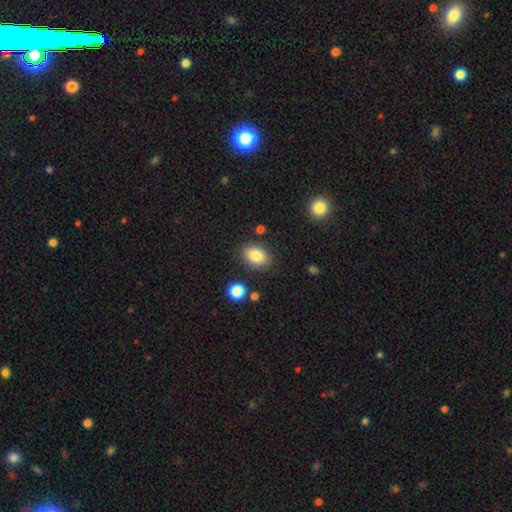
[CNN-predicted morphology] smooth-or-featured: smooth: 84% | star or artifact: 9% | featured or disk: 7%
  how-rounded: in between: 75% | round: 24% | cigar-shaped: 1%
  merging: none: 83% | minor disturbance: 10% | merger: 4% | major disturbance: 3%